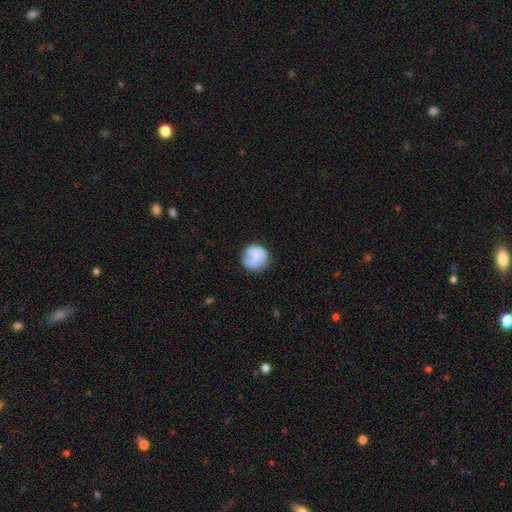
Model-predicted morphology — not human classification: smooth-or-featured: smooth: 66% | featured or disk: 27% | star or artifact: 7%
  how-rounded: round: 90% | in between: 9% | cigar-shaped: 1%
  merging: none: 71% | minor disturbance: 19% | major disturbance: 8% | merger: 2%